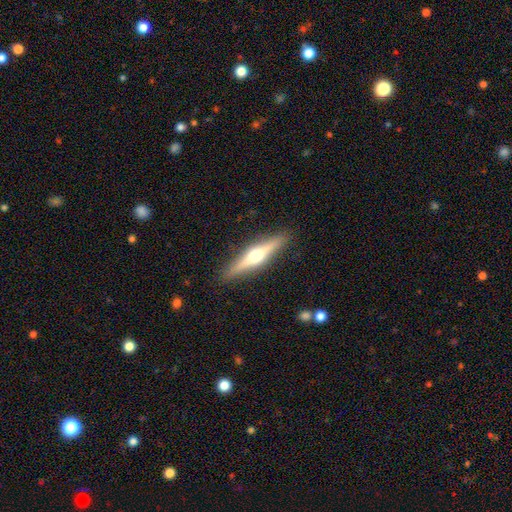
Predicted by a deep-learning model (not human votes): A featured or disk galaxy (69%) viewed edge-on (97%) with a rounded central bulge (94%).

Vote fractions:
- Smooth or featured? featured or disk: 69% / smooth: 26% / star or artifact: 6%
- Edge-on disk? yes: 97% / no: 3%
- Edge-on bulge? rounded: 94% / boxy: 3% / none: 3%
- Merging? none: 90% / minor disturbance: 7% / major disturbance: 2% / merger: 1%